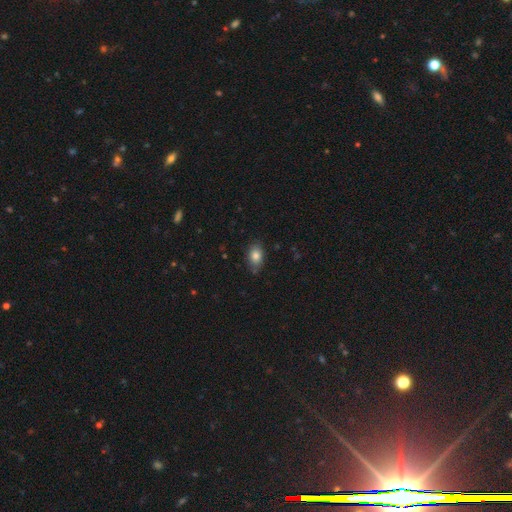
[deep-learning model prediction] Smooth or featured: smooth — 83% (star or artifact — 9%)
How rounded: in between — 84% (round — 15%)
Merging: none — 79% (minor disturbance — 16%)